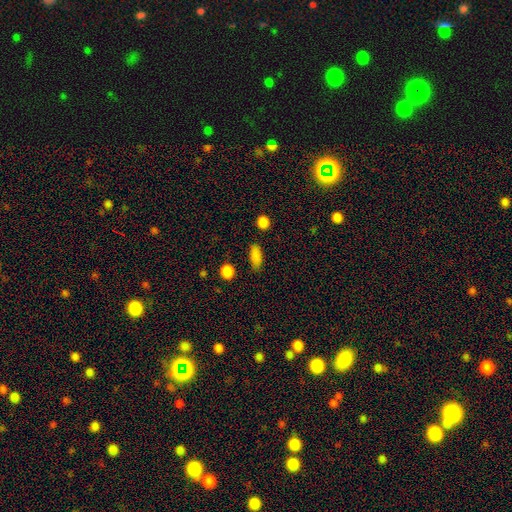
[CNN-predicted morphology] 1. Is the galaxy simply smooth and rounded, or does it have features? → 85% smooth, 11% star or artifact, 5% featured or disk.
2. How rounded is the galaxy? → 76% in between, 18% cigar-shaped, 6% round.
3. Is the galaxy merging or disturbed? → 81% none, 14% minor disturbance, 3% major disturbance, 2% merger.